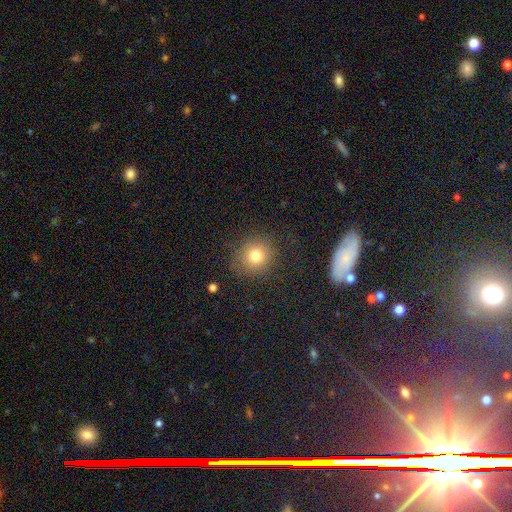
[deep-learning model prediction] Q: Smooth or featured?
A: smooth (78%); runner-up: star or artifact (14%)
Q: How rounded?
A: round (87%); runner-up: in between (12%)
Q: Merging?
A: none (85%); runner-up: minor disturbance (9%)